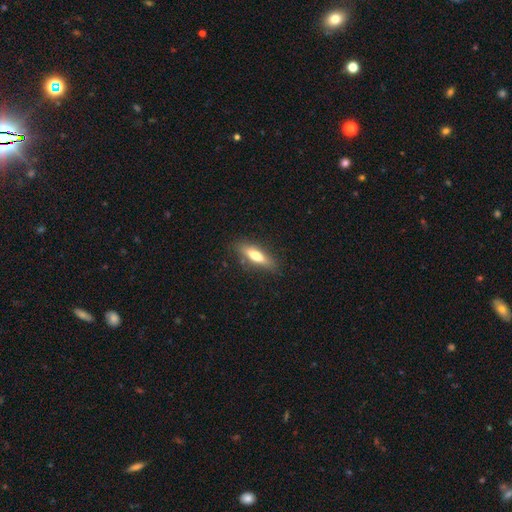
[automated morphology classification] Smooth or featured: smooth — 62% (featured or disk — 31%)
How rounded: cigar-shaped — 58% (in between — 40%)
Merging: none — 83% (minor disturbance — 12%)